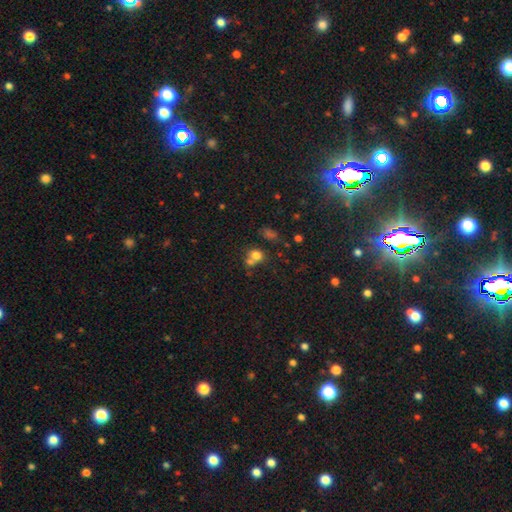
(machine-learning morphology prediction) Smooth or featured? Predicted: smooth (p=0.73). How rounded? Predicted: round (p=0.67). Merging? Predicted: merger (p=0.46).